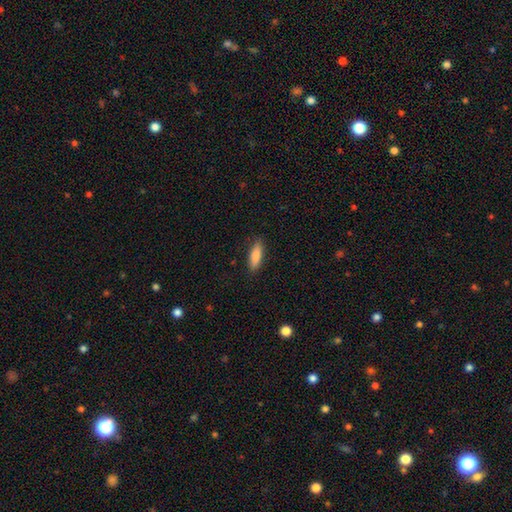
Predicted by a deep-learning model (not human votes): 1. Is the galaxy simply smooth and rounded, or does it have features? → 85% smooth, 9% featured or disk, 6% star or artifact.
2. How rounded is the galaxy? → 57% in between, 41% cigar-shaped, 2% round.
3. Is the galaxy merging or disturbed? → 86% none, 10% minor disturbance, 2% major disturbance, 1% merger.